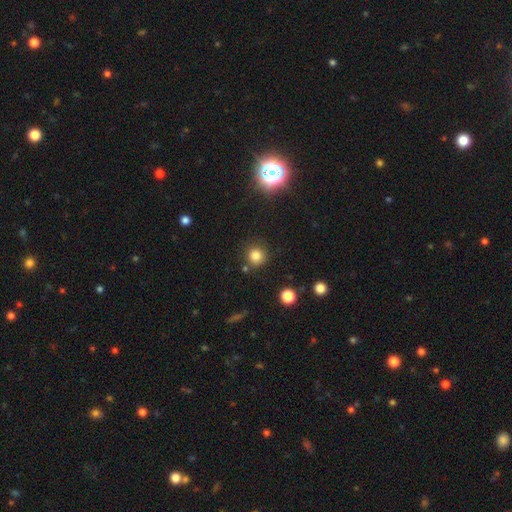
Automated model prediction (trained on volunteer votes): Q: Smooth or featured?
A: smooth (80%); runner-up: star or artifact (14%)
Q: How rounded?
A: round (92%); runner-up: in between (7%)
Q: Merging?
A: none (83%); runner-up: minor disturbance (9%)